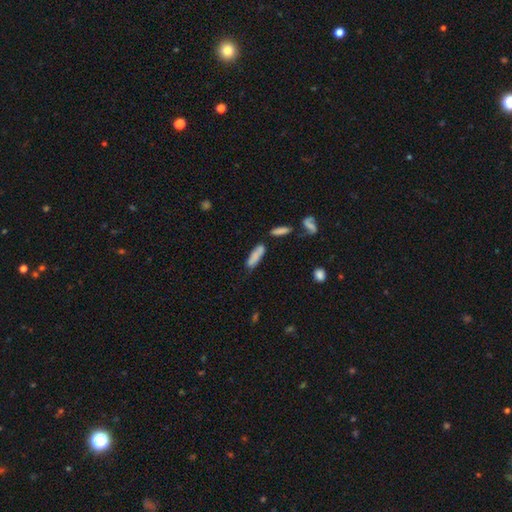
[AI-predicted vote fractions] This appears to be a smooth galaxy with no disk features (80%) that is cigar-shaped (59%). Merging: none (65%).